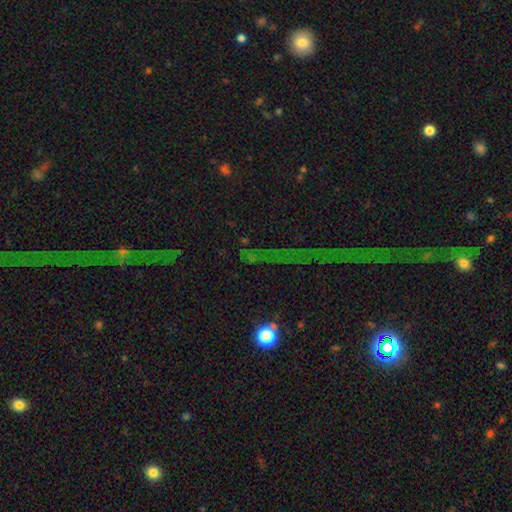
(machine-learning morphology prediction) Smooth or featured: star or artifact — 71% (smooth — 15%)